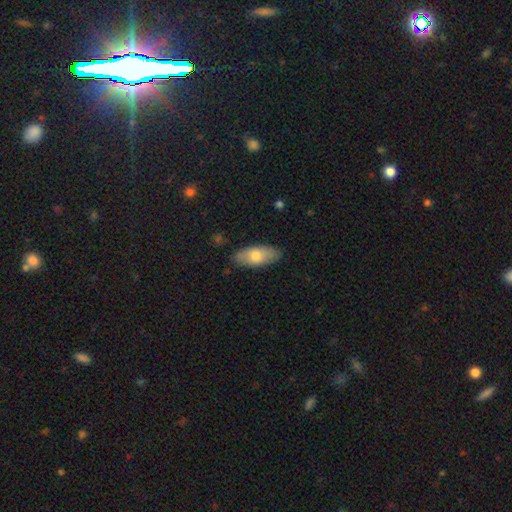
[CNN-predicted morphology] Smooth or featured: smooth — 72% (featured or disk — 22%)
How rounded: in between — 85% (cigar-shaped — 12%)
Merging: none — 84% (minor disturbance — 12%)